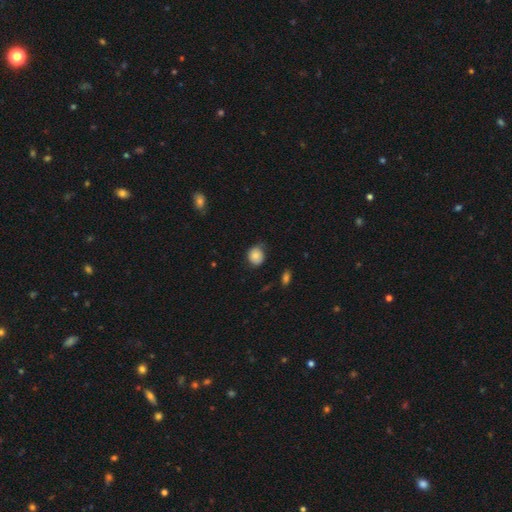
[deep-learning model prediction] Q: Smooth or featured?
A: smooth (83%); runner-up: featured or disk (9%)
Q: How rounded?
A: round (75%); runner-up: in between (24%)
Q: Merging?
A: none (68%); runner-up: minor disturbance (26%)